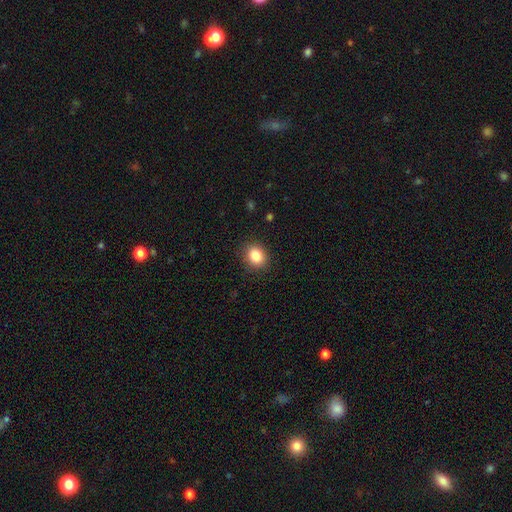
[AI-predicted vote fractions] This appears to be a smooth galaxy with no disk features (85%) that is round (59%). Merging: none (88%).